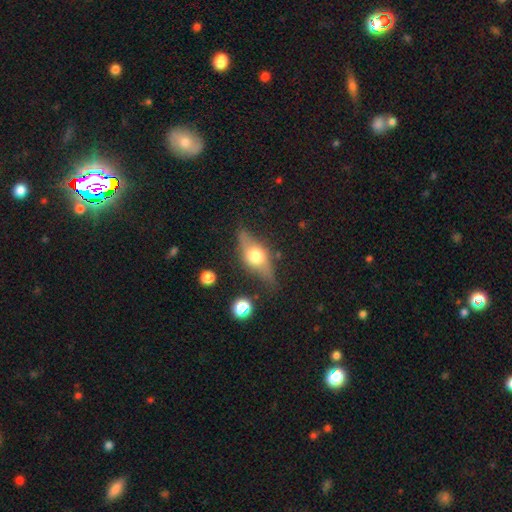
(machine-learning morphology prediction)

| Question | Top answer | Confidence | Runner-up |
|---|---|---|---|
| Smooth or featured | featured or disk | 57% | smooth (35%) |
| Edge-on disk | yes | 84% | no (16%) |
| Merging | none | 73% | minor disturbance (18%) |